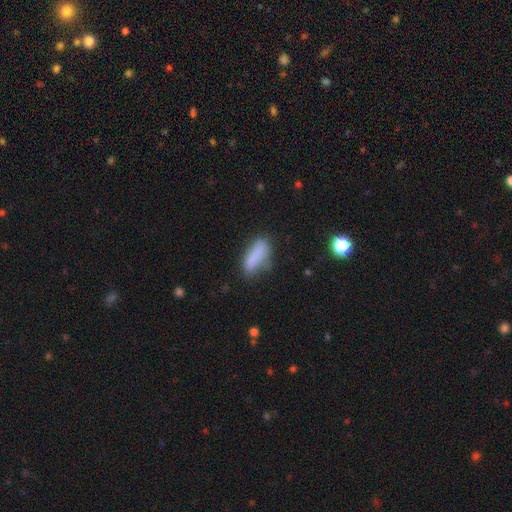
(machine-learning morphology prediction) This appears to be a smooth galaxy with no disk features (81%) that is in between round and cigar-shaped (61%). Merging: none (56%).